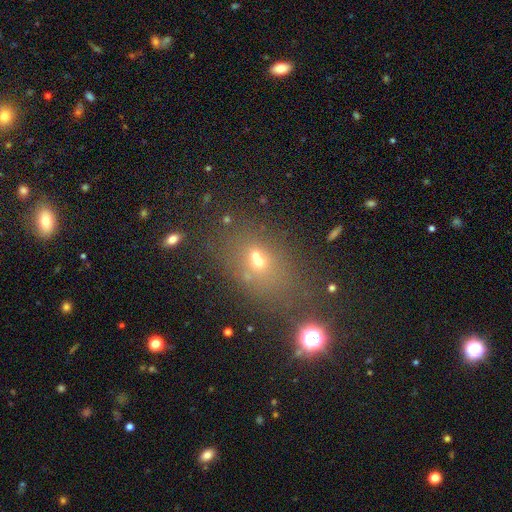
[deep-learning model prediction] Smooth or featured: smooth — 50% (star or artifact — 30%)
Merging: none — 47% (merger — 33%)